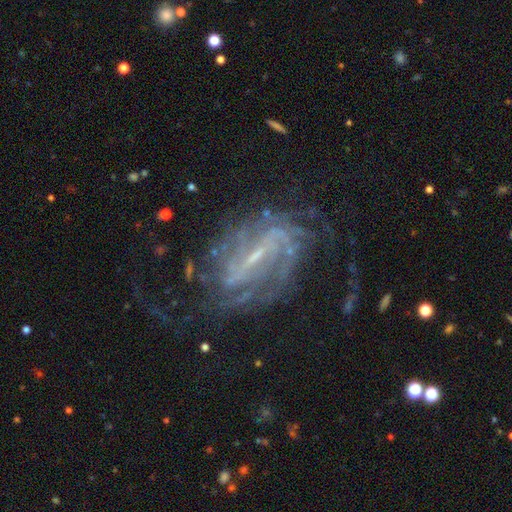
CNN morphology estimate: The model was most divided on "spiral winding": tight: 42%, medium: 39%, loose: 19%. Remaining: edge-on disk — no (94%); spiral arms — yes (92%); smooth or featured — featured or disk (85%); bulge size — small (73%); merging — none (60%); bar — strong (49%); spiral arm count — can't tell (35%).